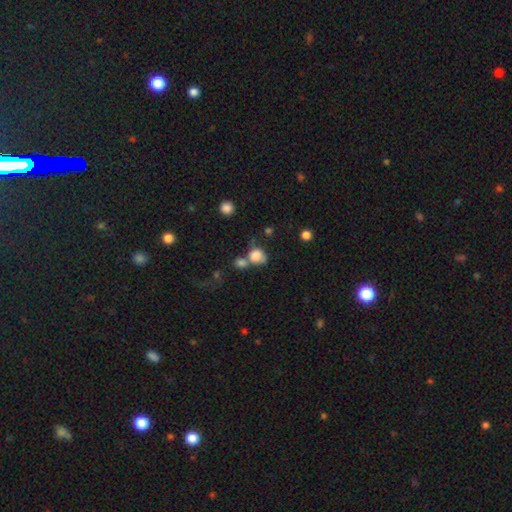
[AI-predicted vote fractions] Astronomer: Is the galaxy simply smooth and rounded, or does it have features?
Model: smooth — 81%.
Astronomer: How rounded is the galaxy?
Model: round — 71%.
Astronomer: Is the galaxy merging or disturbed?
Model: merger — 41% (runner-up: none, 37%).